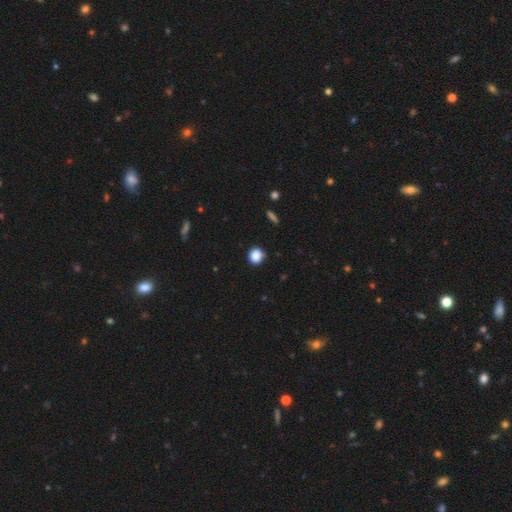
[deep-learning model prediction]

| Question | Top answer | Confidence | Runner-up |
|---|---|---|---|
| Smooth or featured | smooth | 87% | star or artifact (10%) |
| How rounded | round | 85% | in between (14%) |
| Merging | none | 87% | minor disturbance (10%) |